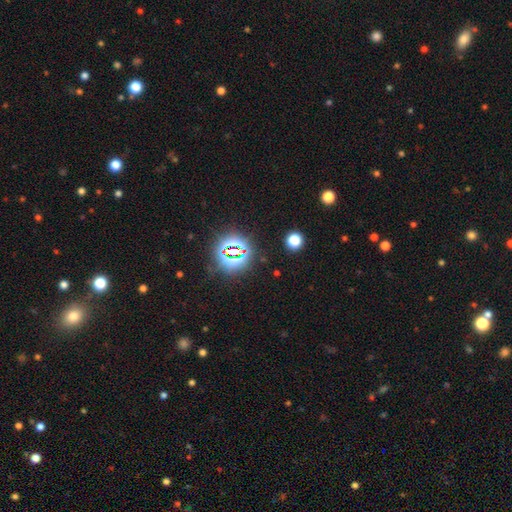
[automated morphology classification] This is clearly a star or artifact rather than a galaxy (81%).